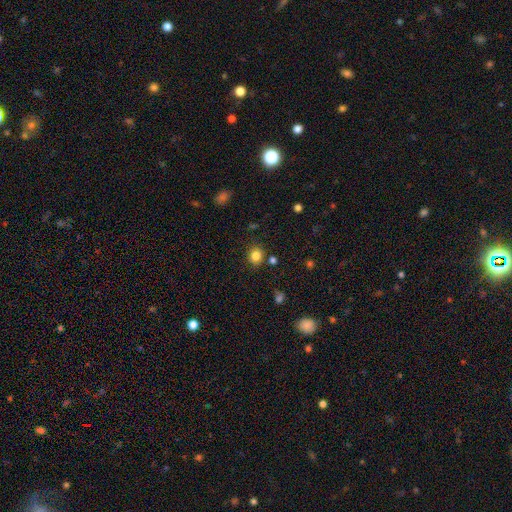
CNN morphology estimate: A smooth galaxy with no disk features (82%) that is round (76%).

Vote fractions:
- Smooth or featured? smooth: 82% / star or artifact: 12% / featured or disk: 6%
- How rounded? round: 76% / in between: 23% / cigar-shaped: 1%
- Merging? none: 85% / minor disturbance: 9% / merger: 3% / major disturbance: 3%